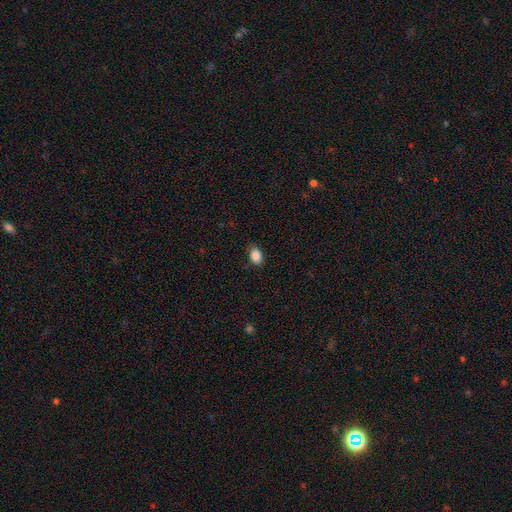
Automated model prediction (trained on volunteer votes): This is clearly a smooth galaxy (88%). How rounded: likely in between (80%). Merging: clearly none (83%).